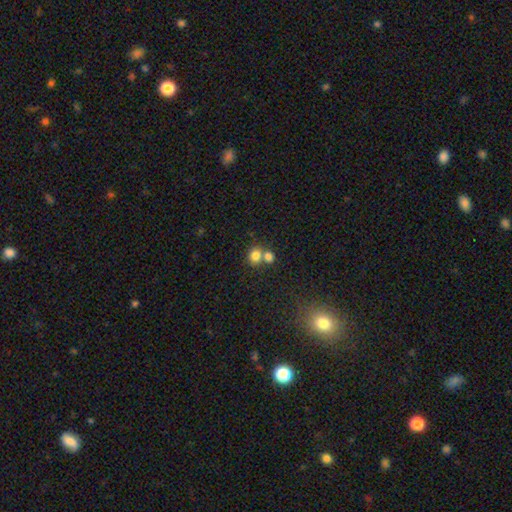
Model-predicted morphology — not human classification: This appears to be a smooth galaxy with no disk features (80%) that is round (71%). Merging: merger (49%).